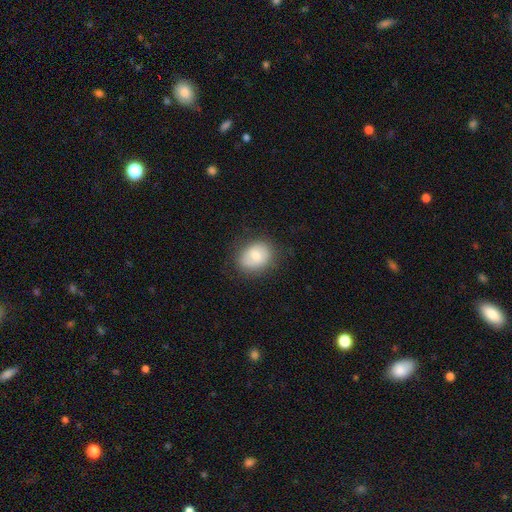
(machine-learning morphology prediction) A smooth galaxy with no disk features (73%) that is in between round and cigar-shaped (57%).

Vote fractions:
- Smooth or featured? smooth: 73% / featured or disk: 19% / star or artifact: 8%
- How rounded? in between: 57% / round: 42% / cigar-shaped: 1%
- Merging? none: 79% / minor disturbance: 15% / major disturbance: 5% / merger: 1%